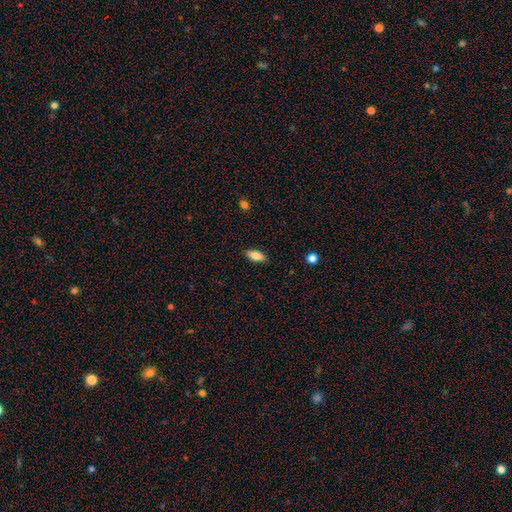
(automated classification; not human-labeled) smooth 76%, featured or disk 17%, star or artifact 7%. Down the decision tree: how rounded — in between (80%); merging — none (88%).